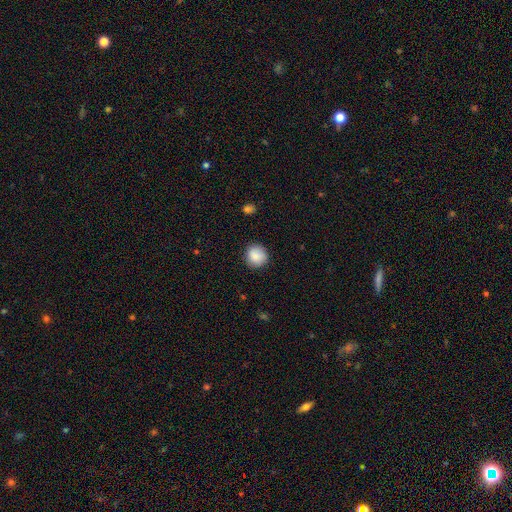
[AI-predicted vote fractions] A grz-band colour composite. It shows a smooth galaxy with no disk features (87%) that is round (91%). Merging: none (88%).